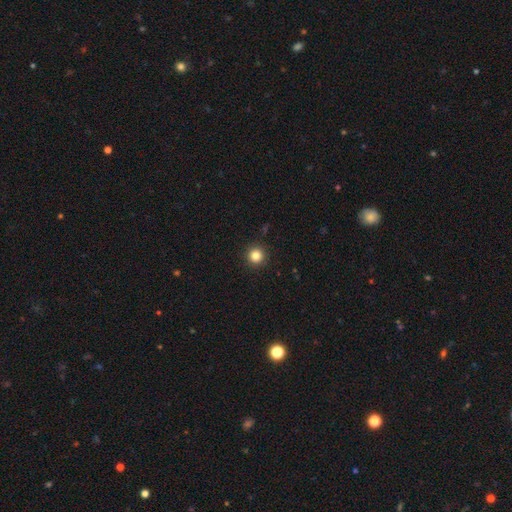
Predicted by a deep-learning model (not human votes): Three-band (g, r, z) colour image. It shows a smooth galaxy with no disk features (84%) that is round (96%). Merging: none (93%).